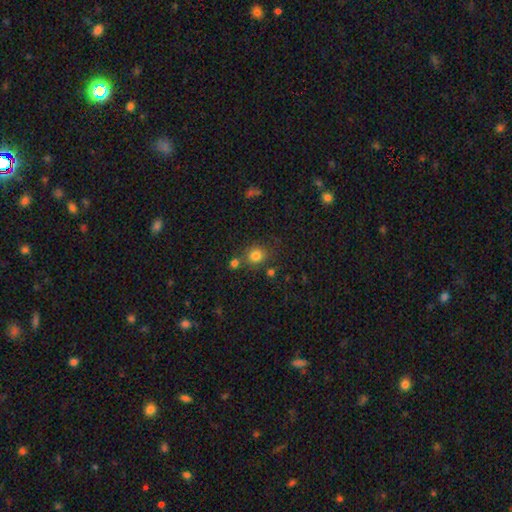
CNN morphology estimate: The model was most divided on "how rounded": round: 79%, in between: 21%, cigar-shaped: 1%. More confident: smooth or featured — smooth (79%); merging — none (71%).